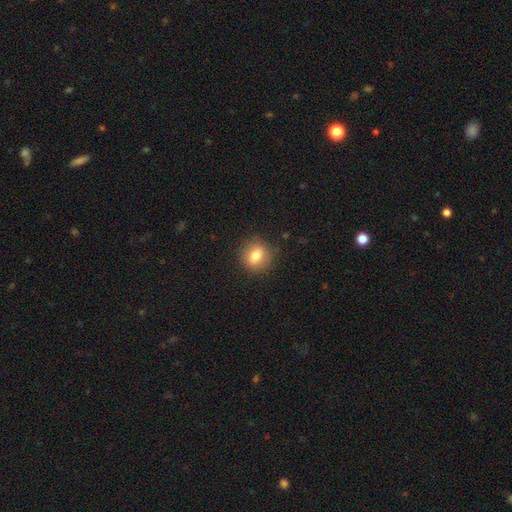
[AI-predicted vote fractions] A smooth galaxy with no disk features (76%) that is round (77%). Merging: none (86%).